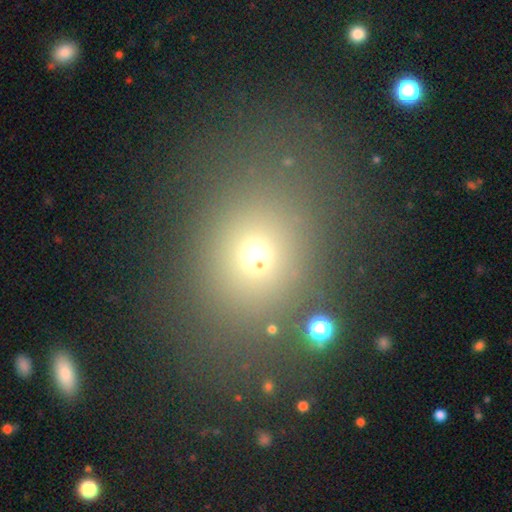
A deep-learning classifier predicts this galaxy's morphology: Smooth or featured? Predicted: smooth (p=0.64). How rounded? Predicted: round (p=0.55). Merging? Predicted: none (p=0.74).